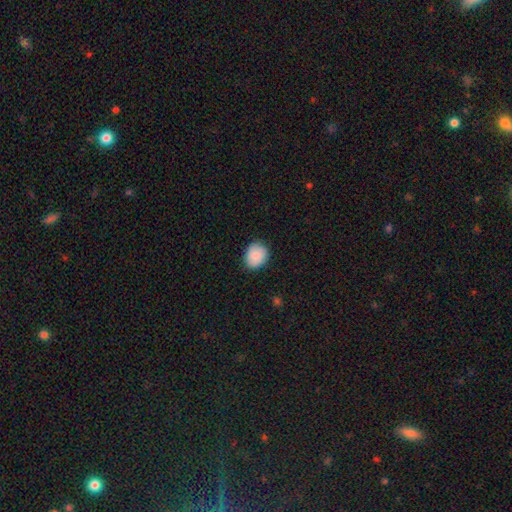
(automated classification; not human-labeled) This appears to be a smooth galaxy with no disk features (85%) that is round (56%). Merging: none (84%).